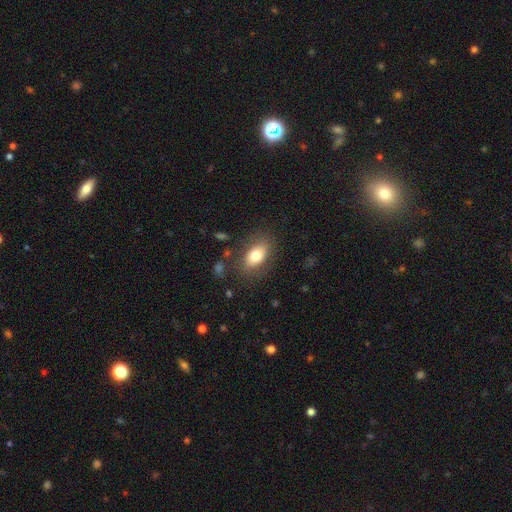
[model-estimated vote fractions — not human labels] Overall: smooth (76%). How rounded: in between (89%). Merging: none (79%).